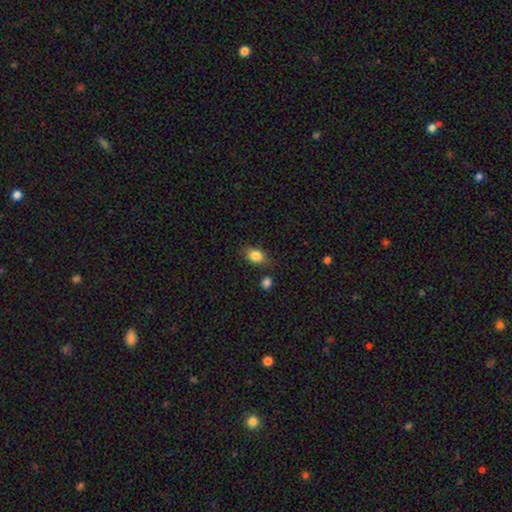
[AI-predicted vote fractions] This appears to be a smooth galaxy with no disk features (84%) that is in between round and cigar-shaped (79%). Merging: none (75%).